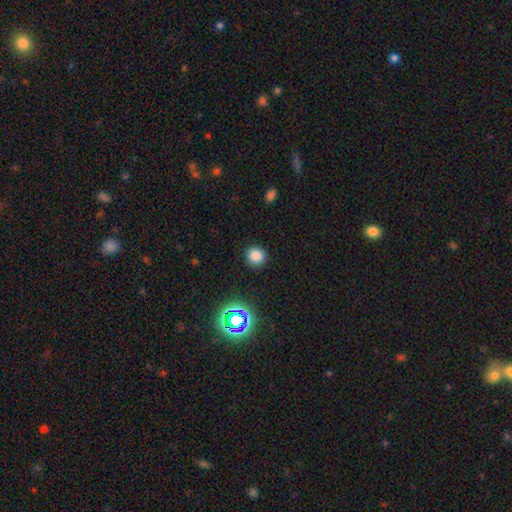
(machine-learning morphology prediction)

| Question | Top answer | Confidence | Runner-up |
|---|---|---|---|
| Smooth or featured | smooth | 80% | star or artifact (16%) |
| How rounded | round | 88% | in between (11%) |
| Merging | none | 90% | minor disturbance (6%) |